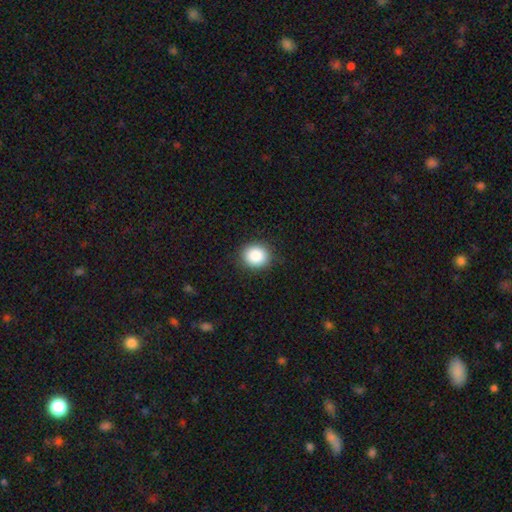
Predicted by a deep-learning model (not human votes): A smooth galaxy with no disk features (87%) that is round (83%). Merging: none (90%).